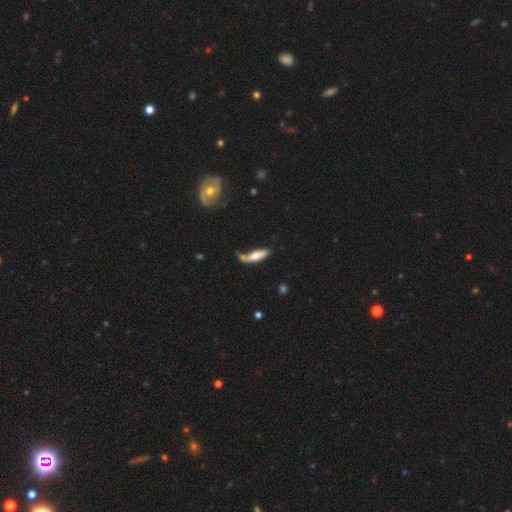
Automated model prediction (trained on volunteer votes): The model was most divided on "merging": none: 40%, minor disturbance: 28%, major disturbance: 18%, merger: 13%. More confident: how rounded — cigar-shaped (60%); smooth or featured — smooth (55%).